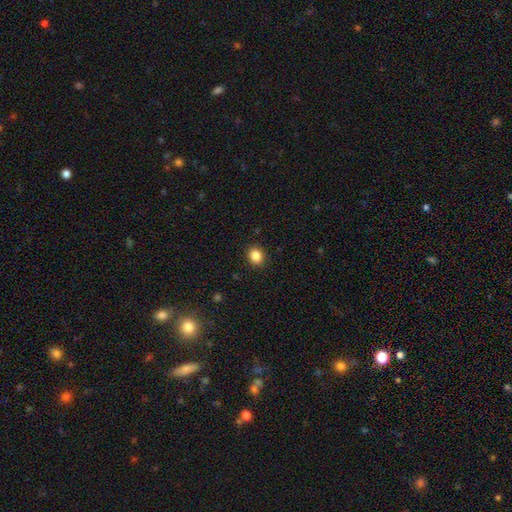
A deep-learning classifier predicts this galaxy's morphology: Overall: smooth (85%). How rounded: round (62%; in between 37%). Merging: none (90%).